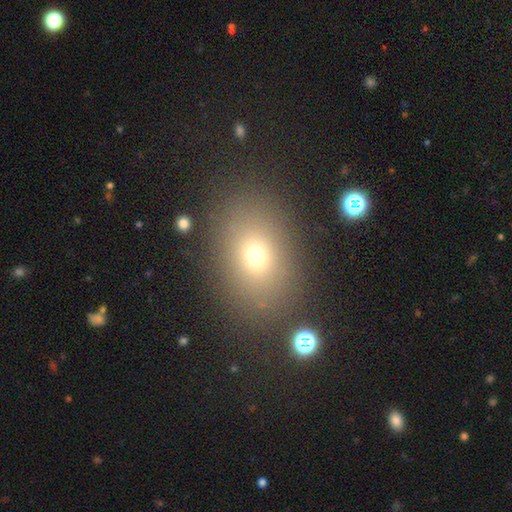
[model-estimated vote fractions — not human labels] smooth-or-featured: smooth: 69% | star or artifact: 19% | featured or disk: 12%
  how-rounded: in between: 63% | round: 36% | cigar-shaped: 1%
  merging: none: 84% | minor disturbance: 9% | major disturbance: 5% | merger: 2%